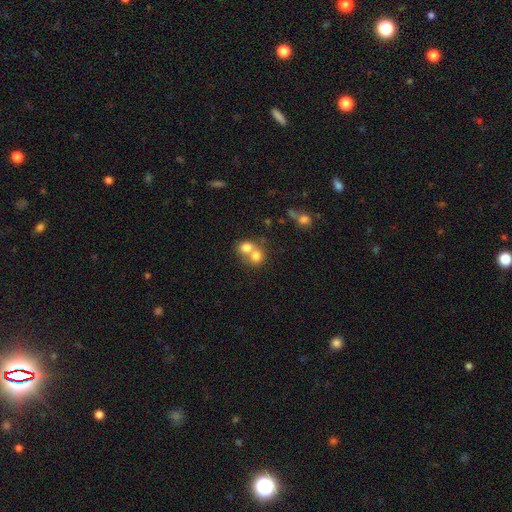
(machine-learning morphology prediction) Smooth or featured? Predicted: smooth (p=0.74). How rounded? Predicted: round (p=0.71). Merging? Predicted: merger (p=0.66).